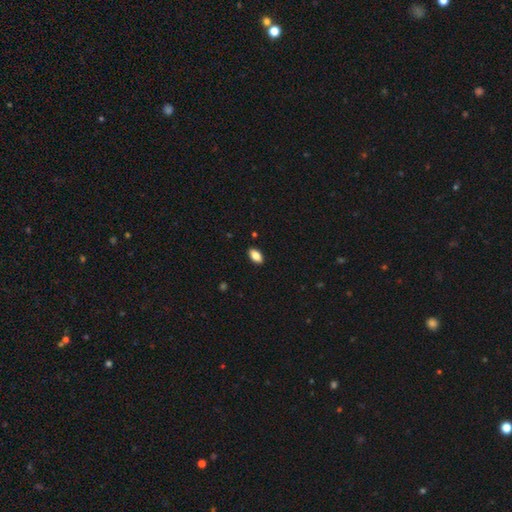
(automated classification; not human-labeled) Smooth or featured: smooth — 84% (featured or disk — 8%)
How rounded: in between — 91% (cigar-shaped — 5%)
Merging: none — 90% (minor disturbance — 8%)